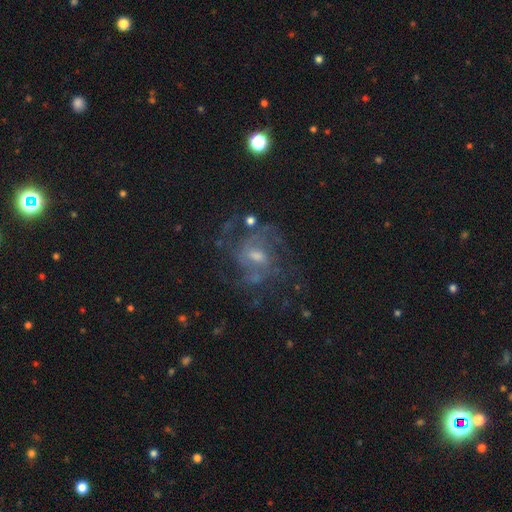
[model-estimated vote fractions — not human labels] Morphology: type=featured or disk (78%); edge-on=no (97%); bar=weak (54%); spiral arms=yes (88%); winding=medium (49%); arm count=can't tell (34%); bulge=moderate (45%, tied with small); merging=none (59%).